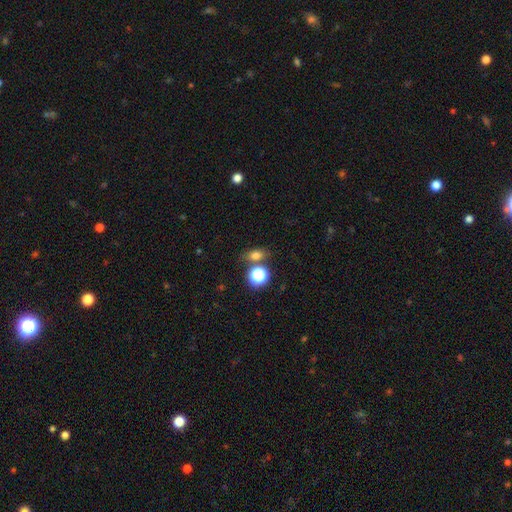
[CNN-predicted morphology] Q: Smooth or featured?
A: smooth (70%); runner-up: star or artifact (21%)
Q: How rounded?
A: in between (61%); runner-up: round (35%)
Q: Merging?
A: none (70%); runner-up: merger (15%)